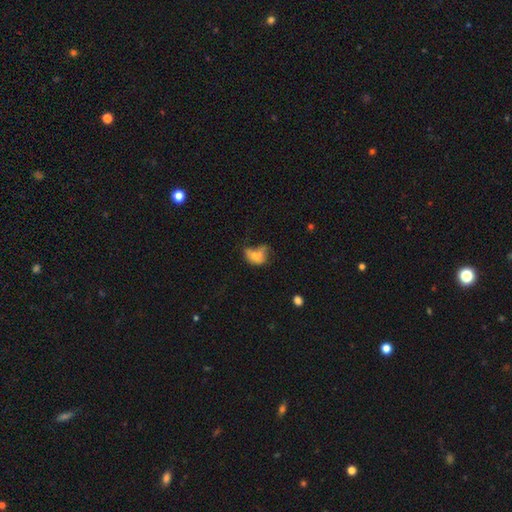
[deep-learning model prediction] This is possibly a smooth galaxy (60%). How rounded: likely in between (69%). Merging: marginally merger (30%).